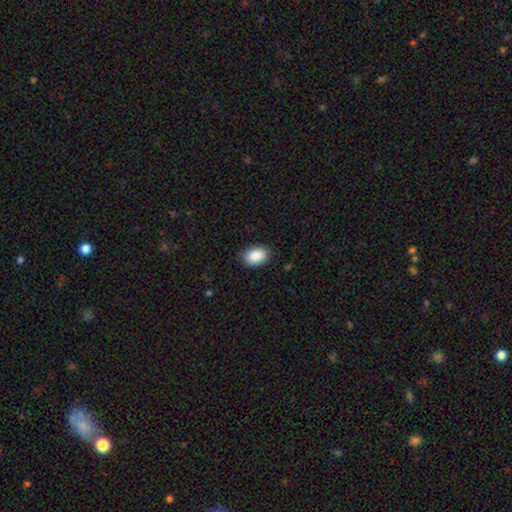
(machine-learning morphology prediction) This appears to be a smooth galaxy with no disk features (88%) that is in between round and cigar-shaped (83%). Merging: none (86%).